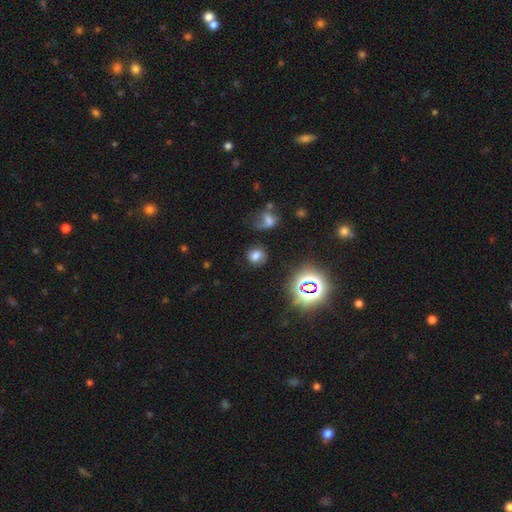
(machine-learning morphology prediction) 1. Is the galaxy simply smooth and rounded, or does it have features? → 69% smooth, 22% star or artifact, 9% featured or disk.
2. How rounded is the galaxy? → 72% round, 27% in between, 1% cigar-shaped.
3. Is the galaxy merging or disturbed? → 75% none, 14% minor disturbance, 7% major disturbance, 4% merger.